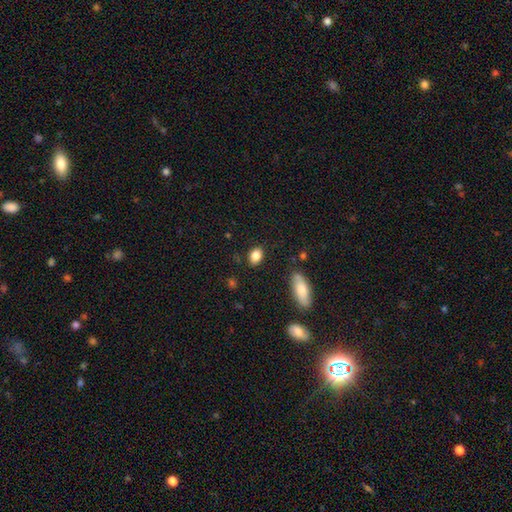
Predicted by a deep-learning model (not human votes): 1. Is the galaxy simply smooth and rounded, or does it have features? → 84% smooth, 9% star or artifact, 7% featured or disk.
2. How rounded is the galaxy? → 80% in between, 18% round, 2% cigar-shaped.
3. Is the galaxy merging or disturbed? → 85% none, 11% minor disturbance, 3% major disturbance, 2% merger.